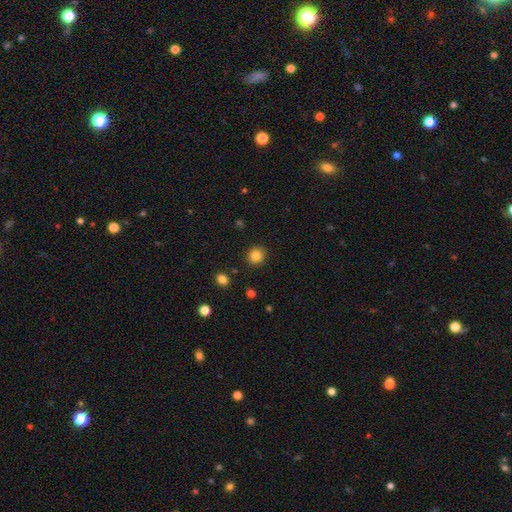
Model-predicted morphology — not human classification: This appears to be a smooth galaxy with no disk features (84%) that is round (88%). Merging: none (90%).